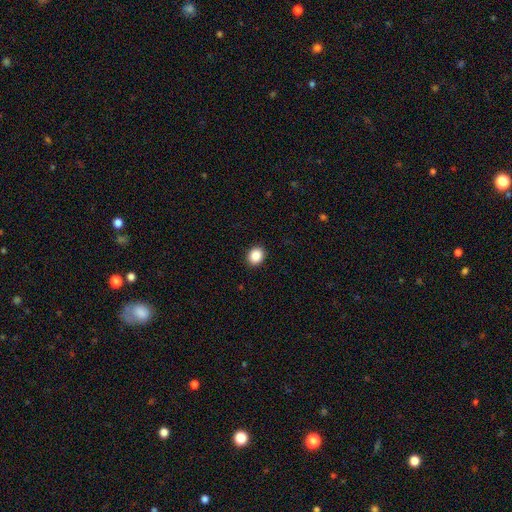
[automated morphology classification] Smooth or featured? Predicted: smooth (p=0.88). How rounded? Predicted: round (p=0.67). Merging? Predicted: none (p=0.92).